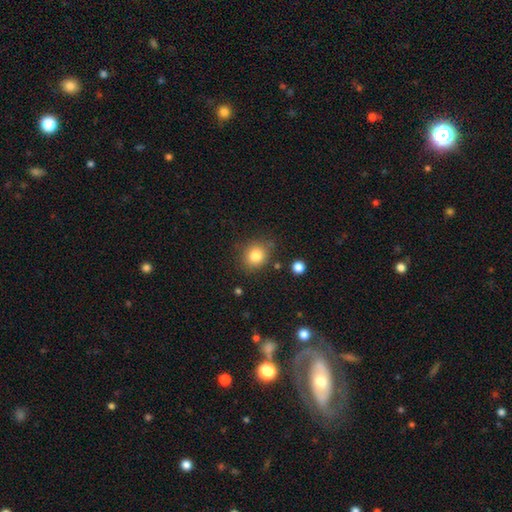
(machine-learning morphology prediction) type=smooth (82%); roundness=round (79%); merging=none (79%).